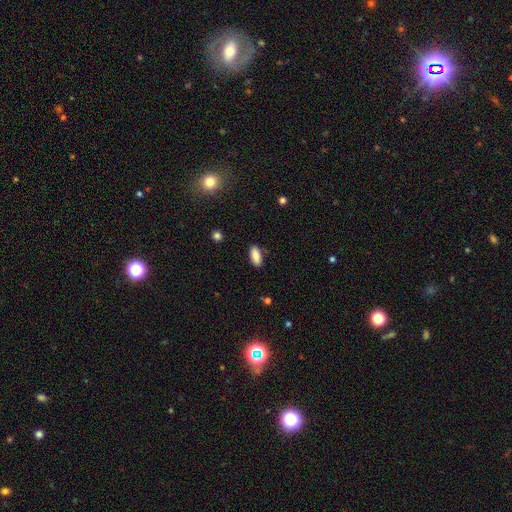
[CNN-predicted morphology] smooth 87%, star or artifact 7%, featured or disk 6%. Down the decision tree: how rounded — in between (86%); merging — none (86%).